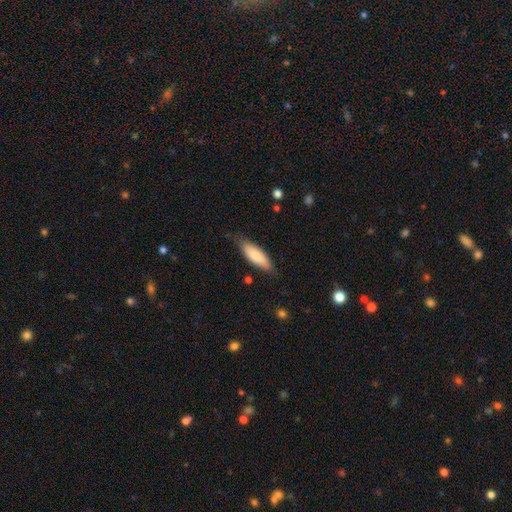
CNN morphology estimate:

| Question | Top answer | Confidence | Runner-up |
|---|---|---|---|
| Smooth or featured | smooth | 82% | featured or disk (13%) |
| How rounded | in between | 58% | cigar-shaped (41%) |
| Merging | none | 77% | minor disturbance (18%) |